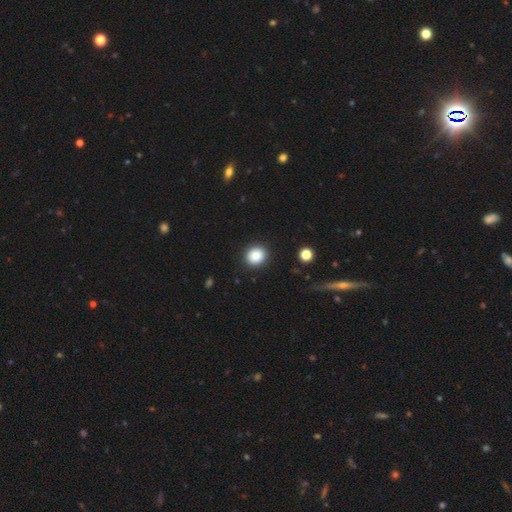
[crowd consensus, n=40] This appears to be a smooth galaxy with no disk features (90%) that is round (75%). Merging: none (97%).